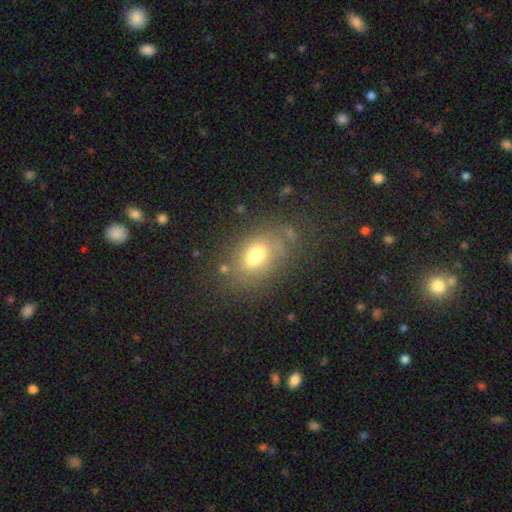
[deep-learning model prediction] Q: Smooth or featured?
A: smooth (70%); runner-up: featured or disk (19%)
Q: How rounded?
A: in between (83%); runner-up: round (15%)
Q: Merging?
A: none (64%); runner-up: minor disturbance (19%)